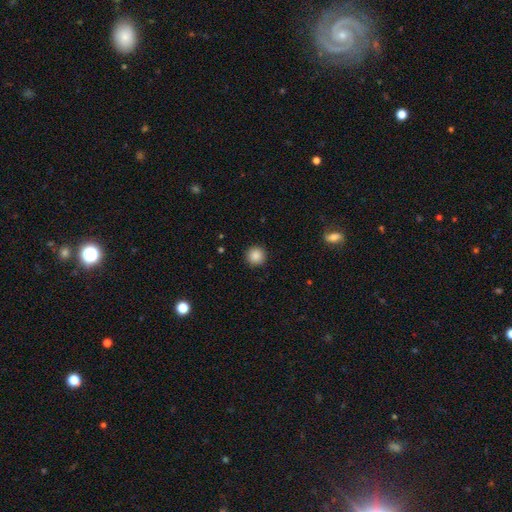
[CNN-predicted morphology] A smooth galaxy with no disk features (87%) that is round (96%).

Vote fractions:
- Smooth or featured? smooth: 87% / star or artifact: 10% / featured or disk: 3%
- How rounded? round: 96% / in between: 3% / cigar-shaped: 1%
- Merging? none: 92% / minor disturbance: 5% / major disturbance: 2% / merger: 1%